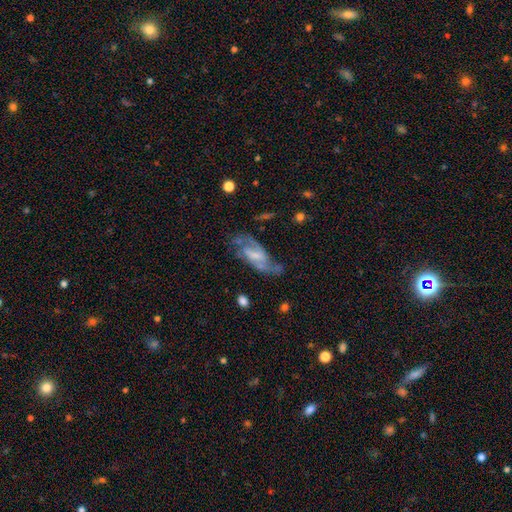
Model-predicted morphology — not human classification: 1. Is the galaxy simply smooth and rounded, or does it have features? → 81% featured or disk, 13% smooth, 6% star or artifact.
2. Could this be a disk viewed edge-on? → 94% no, 6% yes.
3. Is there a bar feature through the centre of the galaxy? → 49% weak, 26% no, 25% strong.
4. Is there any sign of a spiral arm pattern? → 92% yes, 8% no.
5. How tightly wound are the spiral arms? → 50% medium, 33% loose, 18% tight.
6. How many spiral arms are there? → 84% 2, 8% can't tell, 3% 1, 3% 3, 1% 4, 1% more than 4.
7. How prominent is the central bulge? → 51% small, 27% moderate, 17% none, 4% large, 1% dominant.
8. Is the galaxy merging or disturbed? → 59% none, 21% minor disturbance, 16% major disturbance, 3% merger.